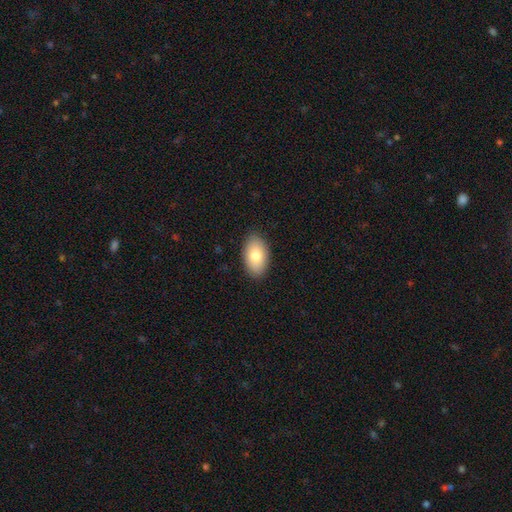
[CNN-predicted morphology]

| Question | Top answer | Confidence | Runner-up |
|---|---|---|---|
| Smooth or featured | smooth | 80% | featured or disk (13%) |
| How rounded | in between | 94% | round (5%) |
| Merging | none | 88% | minor disturbance (9%) |